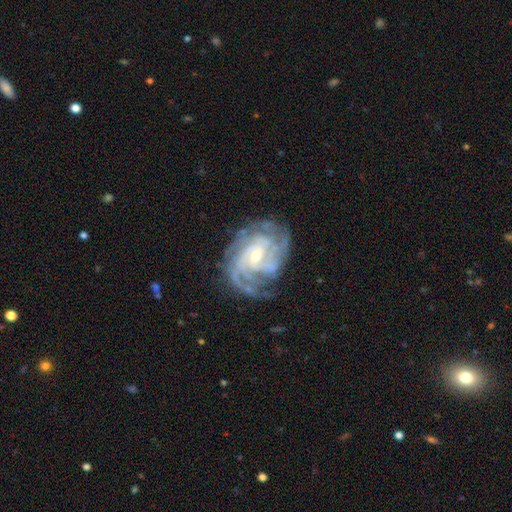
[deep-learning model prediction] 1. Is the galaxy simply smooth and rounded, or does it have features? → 90% featured or disk, 6% star or artifact, 4% smooth.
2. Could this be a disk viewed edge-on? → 97% no, 3% yes.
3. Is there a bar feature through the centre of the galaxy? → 50% no, 38% weak, 12% strong.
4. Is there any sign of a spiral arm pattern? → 97% yes, 3% no.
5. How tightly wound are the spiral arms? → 65% tight, 30% medium, 6% loose.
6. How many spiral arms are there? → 24% can't tell, 23% 3, 20% 4, 17% 2, 9% more than 4, 7% 1.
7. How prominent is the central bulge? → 62% small, 35% moderate, 1% large, 1% none, 1% dominant.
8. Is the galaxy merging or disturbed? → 70% none, 19% minor disturbance, 10% major disturbance, 2% merger.